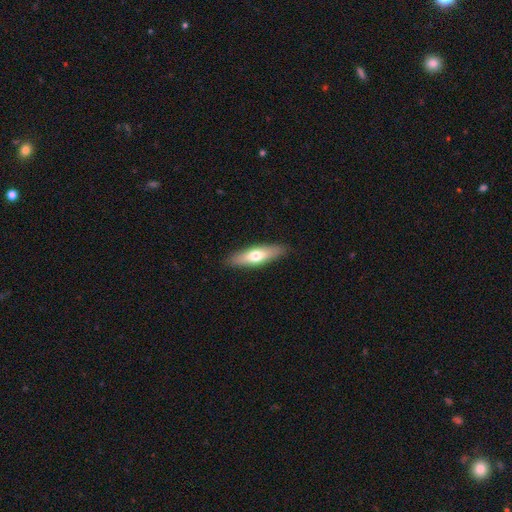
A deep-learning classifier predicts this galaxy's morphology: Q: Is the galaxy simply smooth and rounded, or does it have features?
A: smooth — 61%.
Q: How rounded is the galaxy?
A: cigar-shaped — 57%.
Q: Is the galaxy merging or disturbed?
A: none — 88%.